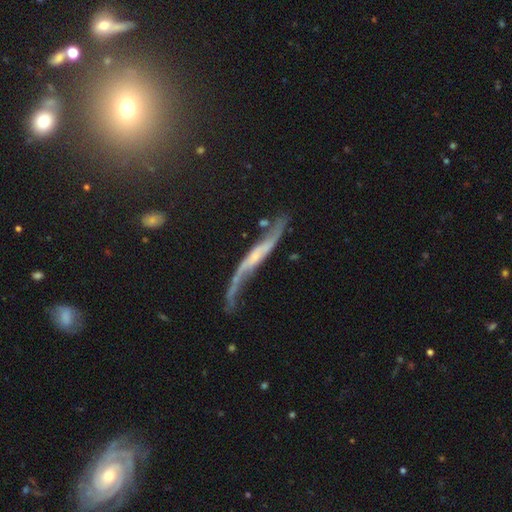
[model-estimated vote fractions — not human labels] Q: Smooth or featured?
A: featured or disk (81%); runner-up: smooth (12%)
Q: Edge-on disk?
A: no (57%); runner-up: yes (43%)
Q: Merging?
A: none (47%); runner-up: minor disturbance (24%)